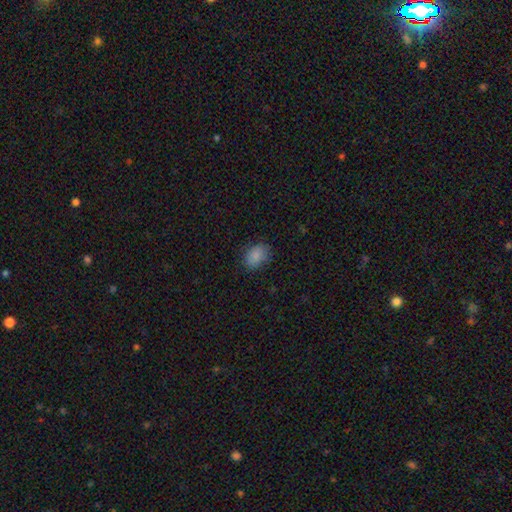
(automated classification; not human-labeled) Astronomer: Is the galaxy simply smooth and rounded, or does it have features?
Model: smooth — 86%.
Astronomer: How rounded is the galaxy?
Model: in between — 73%.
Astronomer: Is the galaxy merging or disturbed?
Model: none — 80%.